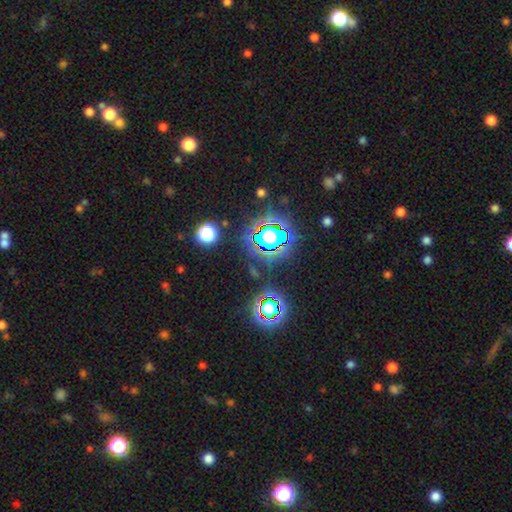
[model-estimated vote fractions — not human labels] Morphology: type=star or artifact (80%).